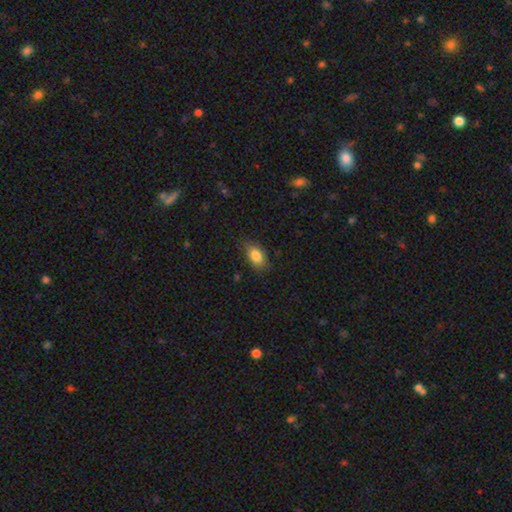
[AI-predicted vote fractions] This is clearly a smooth galaxy (84%). How rounded: clearly in between (89%). Merging: likely none (78%).